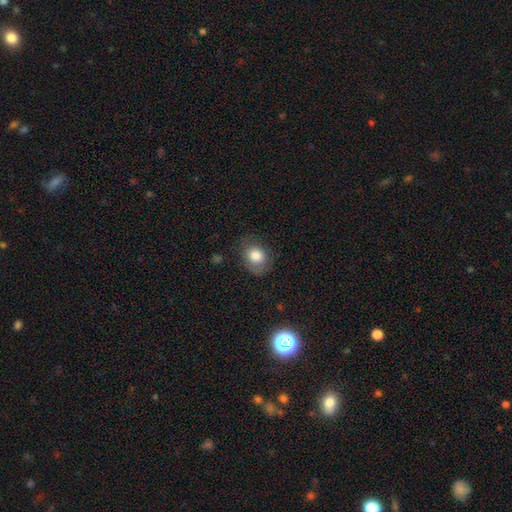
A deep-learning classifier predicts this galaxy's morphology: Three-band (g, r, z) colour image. It shows a smooth galaxy with no disk features (79%) that is round (57%). Merging: none (71%).